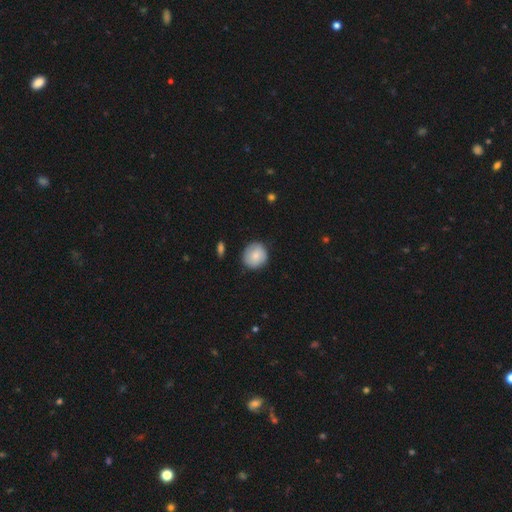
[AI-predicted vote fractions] smooth-or-featured: smooth: 81% | featured or disk: 12% | star or artifact: 7%
  how-rounded: round: 87% | in between: 12% | cigar-shaped: 1%
  merging: none: 84% | minor disturbance: 13% | major disturbance: 2% | merger: 1%